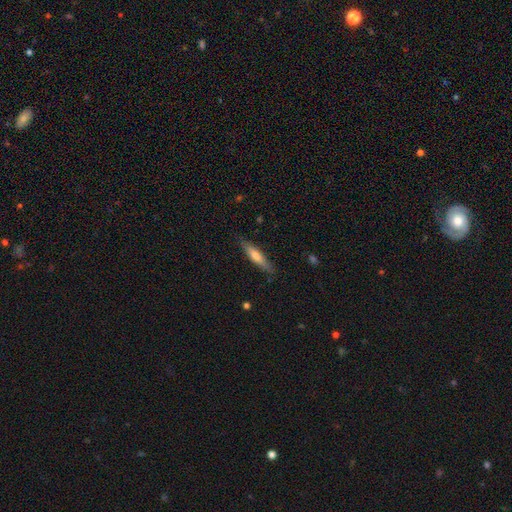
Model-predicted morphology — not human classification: Smooth or featured: smooth — 58% (featured or disk — 36%)
How rounded: cigar-shaped — 82% (in between — 16%)
Merging: none — 84% (minor disturbance — 12%)